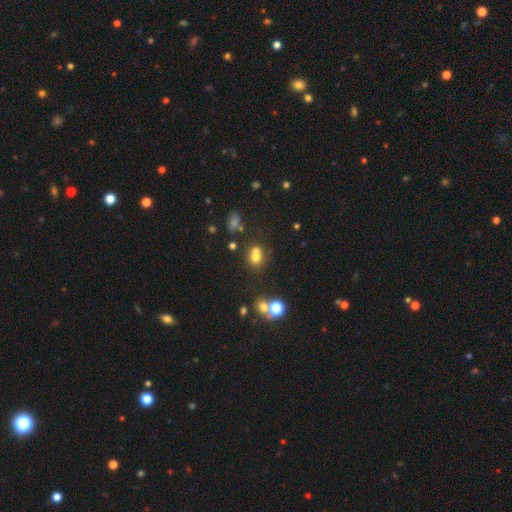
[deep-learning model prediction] Smooth or featured? smooth (66%)
How rounded? round (62%)
Merging? merger (47%)